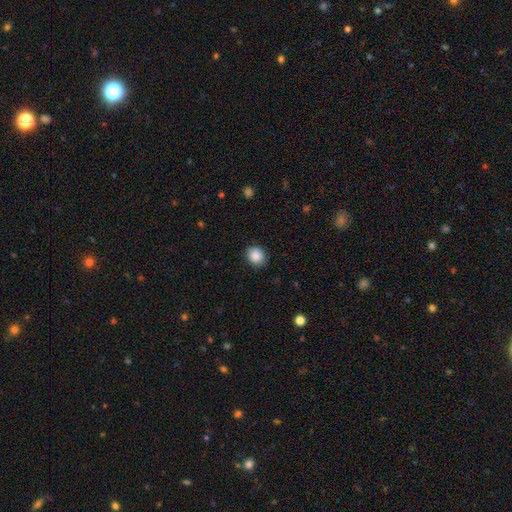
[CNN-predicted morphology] Q: Smooth or featured?
A: smooth (87%); runner-up: star or artifact (8%)
Q: How rounded?
A: round (67%); runner-up: in between (32%)
Q: Merging?
A: none (86%); runner-up: minor disturbance (10%)